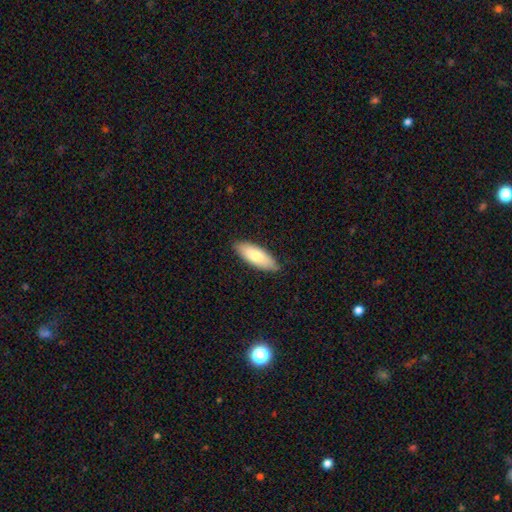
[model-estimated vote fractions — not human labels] The model was most divided on "how rounded": in between: 70%, cigar-shaped: 28%, round: 2%. More confident: merging — none (86%); smooth or featured — smooth (74%).